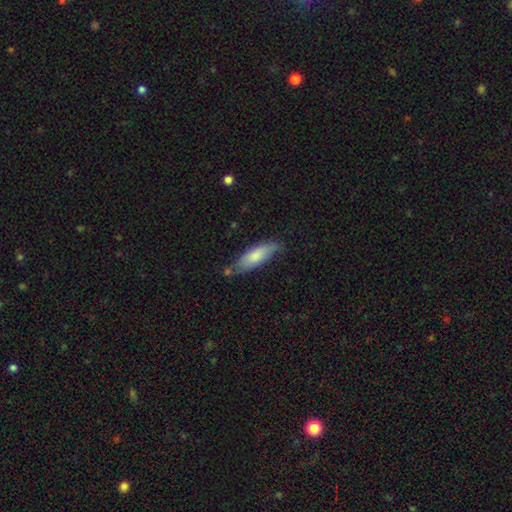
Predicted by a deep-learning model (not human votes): A smooth galaxy with no disk features (74%) that is in between round and cigar-shaped (56%). Merging: none (61%).